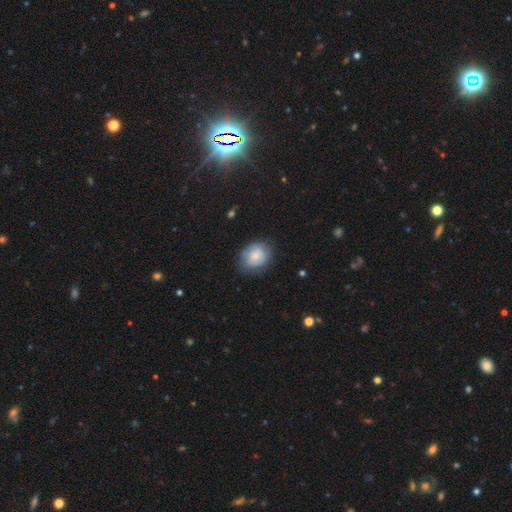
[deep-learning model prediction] smooth-or-featured: smooth: 68% | featured or disk: 25% | star or artifact: 8%
  how-rounded: round: 50% | in between: 49% | cigar-shaped: 1%
  merging: none: 70% | minor disturbance: 22% | major disturbance: 7% | merger: 1%